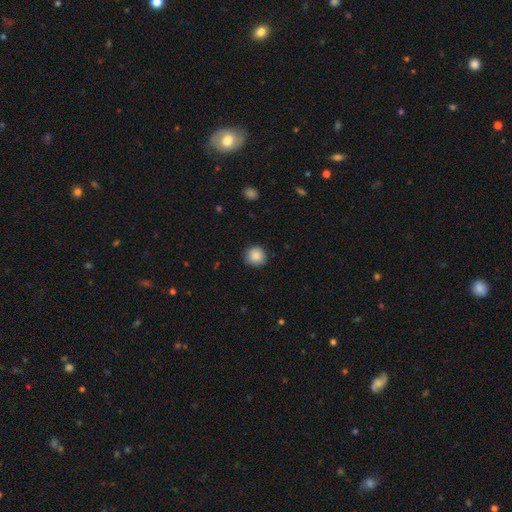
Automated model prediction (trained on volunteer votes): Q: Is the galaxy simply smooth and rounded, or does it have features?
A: smooth — 87%.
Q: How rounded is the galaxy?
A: round — 92%.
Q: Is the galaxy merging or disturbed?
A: none — 85%.